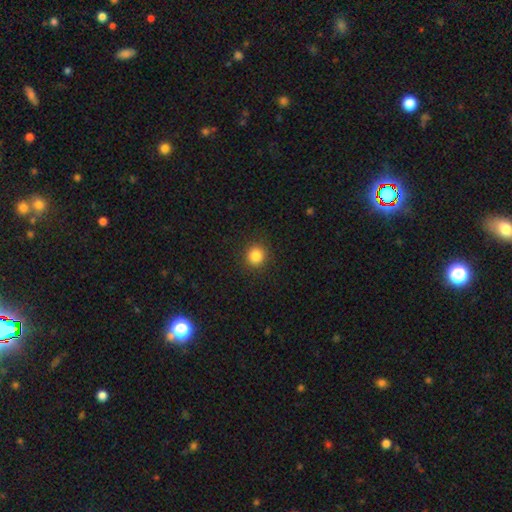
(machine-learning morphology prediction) smooth-or-featured: smooth: 85% | star or artifact: 11% | featured or disk: 4%
  how-rounded: round: 93% | in between: 6% | cigar-shaped: 1%
  merging: none: 91% | minor disturbance: 6% | major disturbance: 2% | merger: 1%